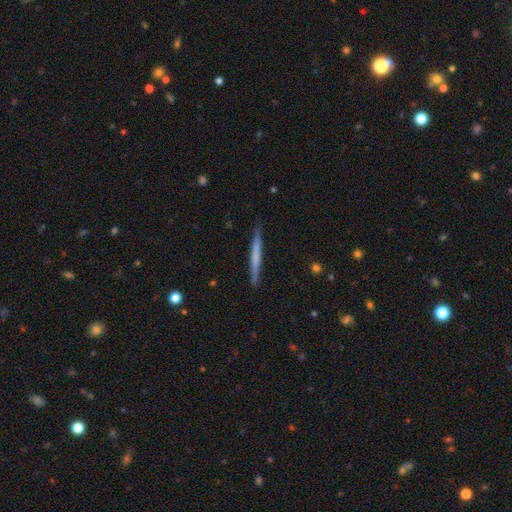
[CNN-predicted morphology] Smooth or featured? smooth (50%)
Merging? none (90%)